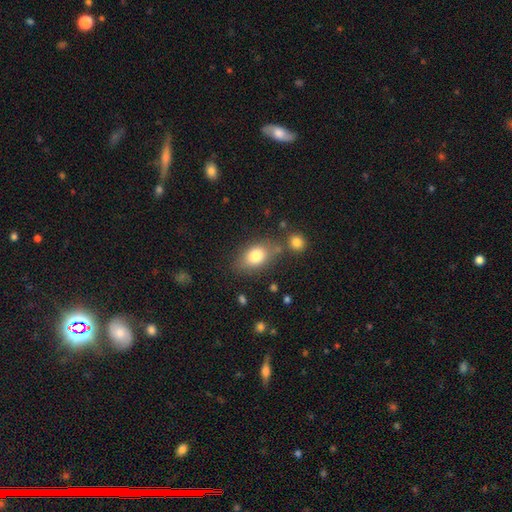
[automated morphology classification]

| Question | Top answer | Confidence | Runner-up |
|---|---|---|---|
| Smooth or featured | smooth | 78% | featured or disk (13%) |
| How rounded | in between | 80% | round (17%) |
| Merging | none | 69% | minor disturbance (16%) |